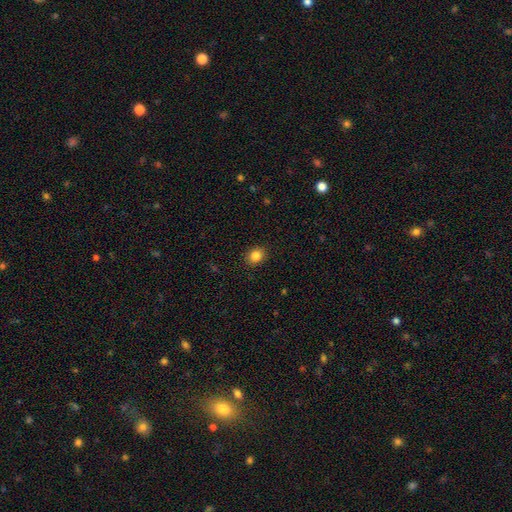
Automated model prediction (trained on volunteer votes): Smooth or featured? Predicted: smooth (p=0.85). How rounded? Predicted: round (p=0.60). Merging? Predicted: none (p=0.90).